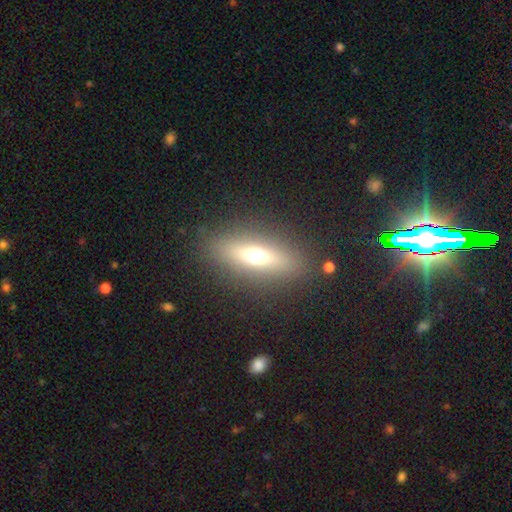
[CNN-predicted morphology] Overall: smooth (52%; featured or disk 36%). How rounded: in between (53%; cigar-shaped 40%). Merging: none (85%).